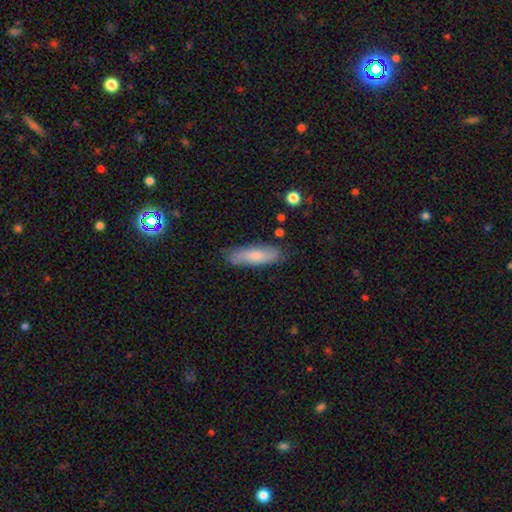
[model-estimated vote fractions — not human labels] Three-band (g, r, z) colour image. It shows a smooth galaxy with no disk features (73%) that is cigar-shaped (52%). Merging: none (80%).